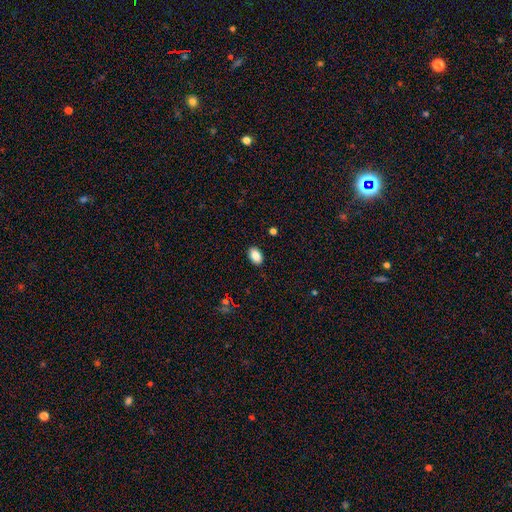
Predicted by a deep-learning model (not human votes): smooth_or_featured: smooth (p=0.88) [alt: star or artifact p=0.08]
how_rounded: in between (p=0.88) [alt: round p=0.10]
merging: none (p=0.89) [alt: minor disturbance p=0.08]